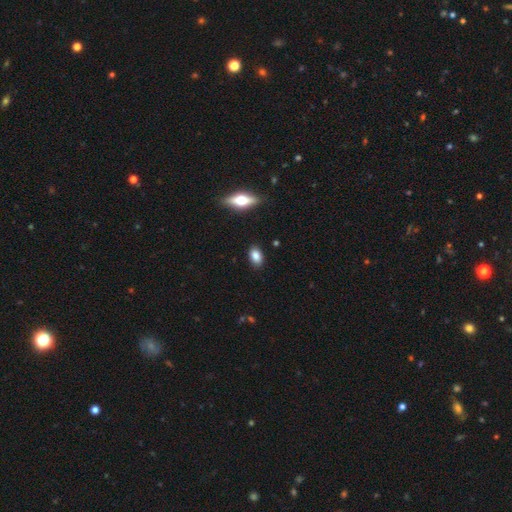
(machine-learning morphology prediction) Smooth or featured? Predicted: smooth (p=0.84). How rounded? Predicted: in between (p=0.86). Merging? Predicted: none (p=0.88).